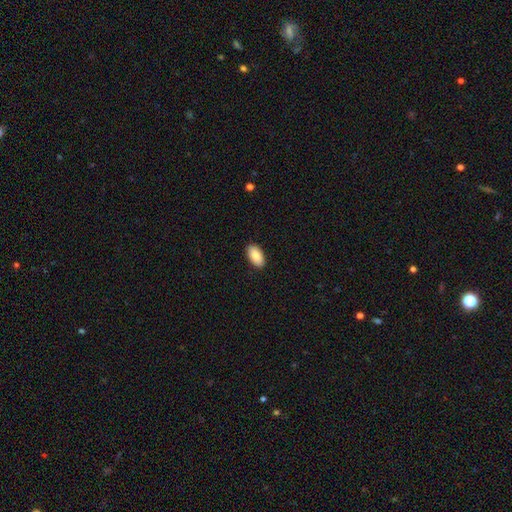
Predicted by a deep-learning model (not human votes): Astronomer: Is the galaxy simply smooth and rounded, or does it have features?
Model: smooth — 87%.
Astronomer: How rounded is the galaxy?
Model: in between — 95%.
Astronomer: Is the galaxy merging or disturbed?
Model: none — 90%.